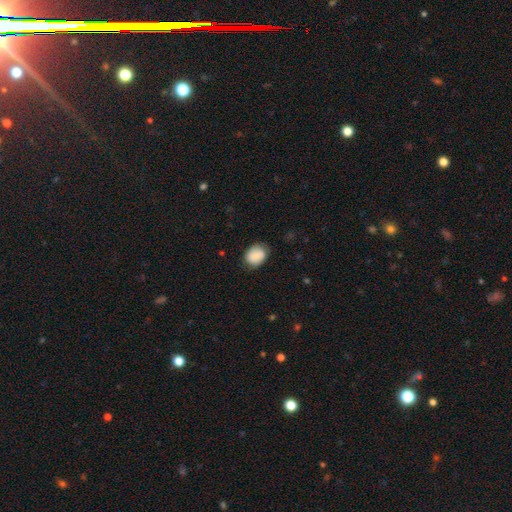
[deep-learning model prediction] smooth-or-featured: smooth: 81% | featured or disk: 12% | star or artifact: 7%
  how-rounded: in between: 57% | round: 42% | cigar-shaped: 1%
  merging: none: 71% | minor disturbance: 23% | major disturbance: 5% | merger: 1%